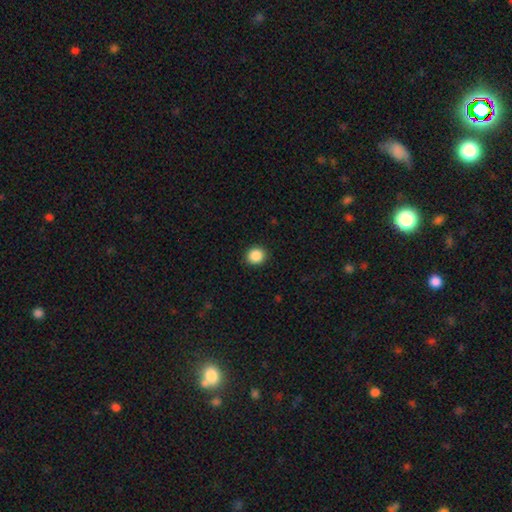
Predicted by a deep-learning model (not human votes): Smooth or featured? smooth (88%)
How rounded? round (85%)
Merging? none (91%)